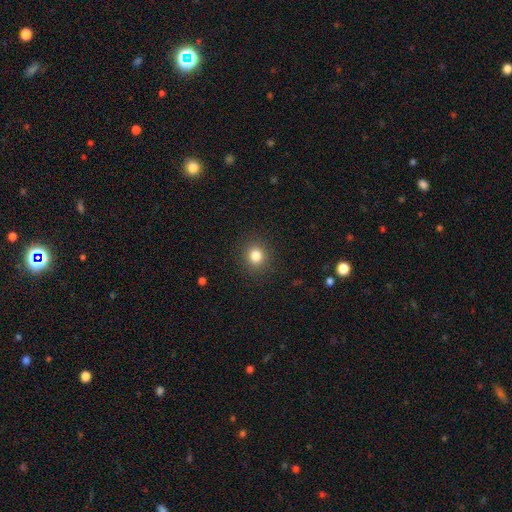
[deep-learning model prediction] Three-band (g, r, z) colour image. It shows a smooth galaxy with no disk features (82%) that is round (85%). Merging: none (90%).